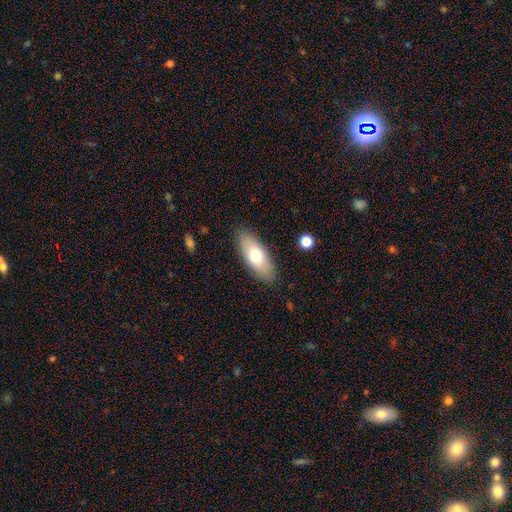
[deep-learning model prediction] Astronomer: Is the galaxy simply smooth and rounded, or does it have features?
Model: smooth — 69%.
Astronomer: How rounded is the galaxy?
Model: in between — 79%.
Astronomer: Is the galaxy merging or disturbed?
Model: none — 87%.